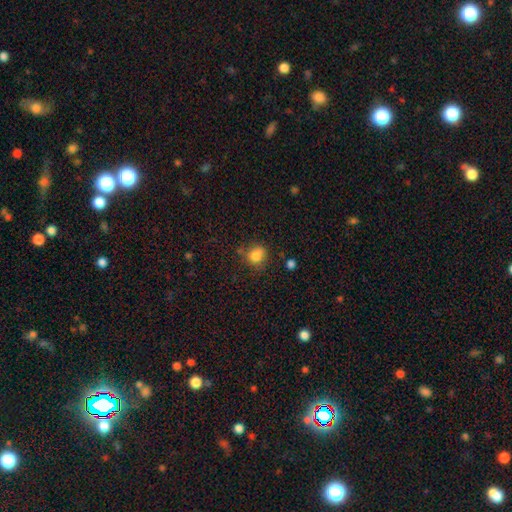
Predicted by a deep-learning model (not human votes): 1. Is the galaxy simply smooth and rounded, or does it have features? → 81% smooth, 11% star or artifact, 7% featured or disk.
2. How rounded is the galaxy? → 67% round, 32% in between, 1% cigar-shaped.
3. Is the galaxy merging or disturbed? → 62% none, 24% minor disturbance, 8% major disturbance, 6% merger.